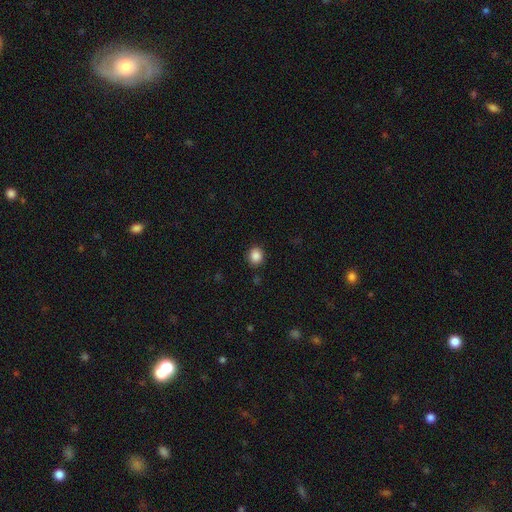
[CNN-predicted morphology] smooth 87%, star or artifact 10%, featured or disk 3%. Down the decision tree: how rounded — round (75%); merging — none (88%).